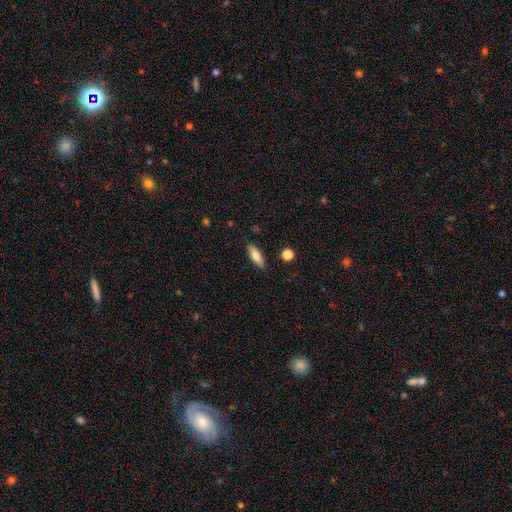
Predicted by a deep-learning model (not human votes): Smooth or featured: smooth — 77% (featured or disk — 16%)
How rounded: in between — 58% (cigar-shaped — 40%)
Merging: none — 86% (minor disturbance — 10%)